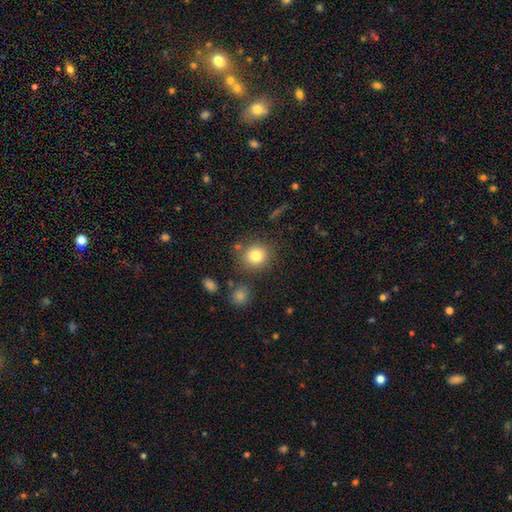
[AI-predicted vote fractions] Overall: smooth (81%). How rounded: round (85%). Merging: none (79%).